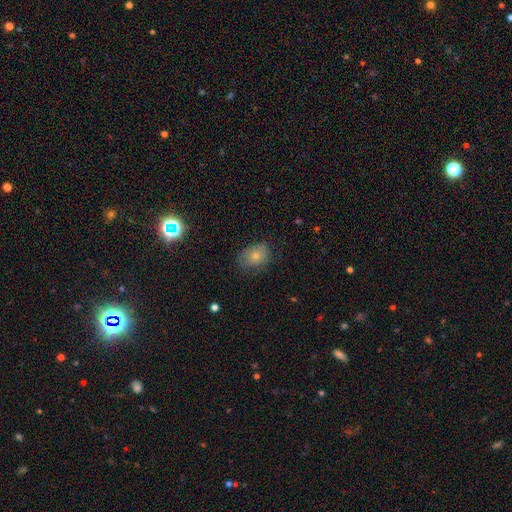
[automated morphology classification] smooth 55%, featured or disk 24%, star or artifact 21%. Down the decision tree: how rounded — in between (57%); merging — none (75%).